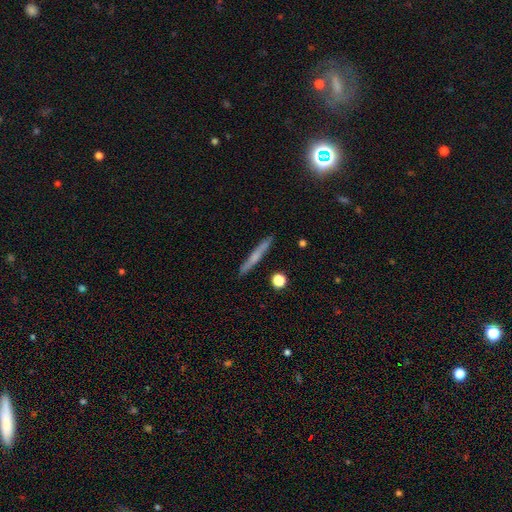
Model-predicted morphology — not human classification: smooth 52%, featured or disk 40%, star or artifact 8%. Down the decision tree: how rounded — cigar-shaped (95%); merging — none (90%).